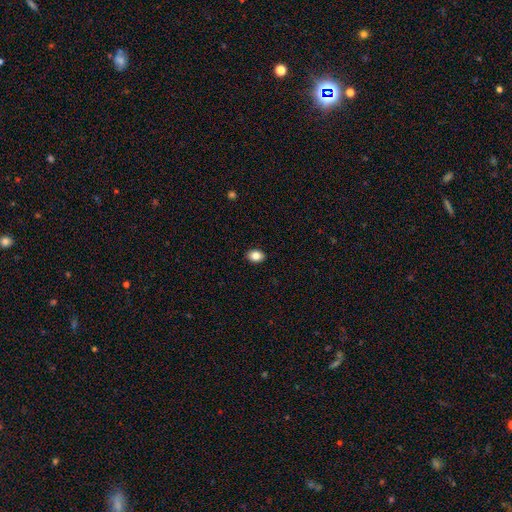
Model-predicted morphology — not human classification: The model was most divided on "how rounded": in between: 71%, round: 28%, cigar-shaped: 1%. More confident: merging — none (90%); smooth or featured — smooth (85%).